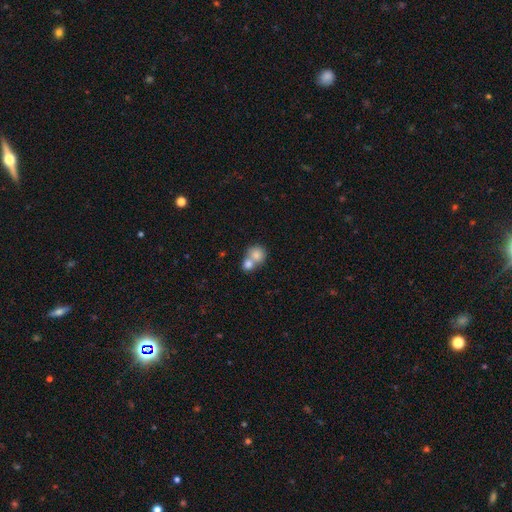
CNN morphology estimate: smooth_or_featured: smooth (p=0.80) [alt: featured or disk p=0.12]
how_rounded: round (p=0.78) [alt: in between p=0.21]
merging: merger (p=0.62) [alt: none p=0.29]